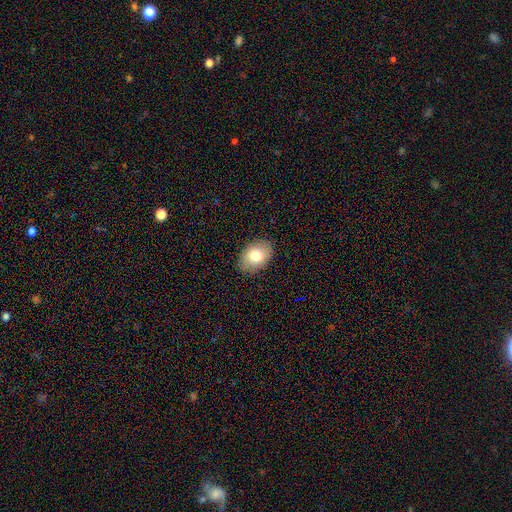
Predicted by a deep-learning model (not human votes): smooth-or-featured: smooth: 78% | featured or disk: 14% | star or artifact: 8%
  how-rounded: in between: 83% | round: 16% | cigar-shaped: 1%
  merging: none: 88% | minor disturbance: 9% | major disturbance: 2% | merger: 1%